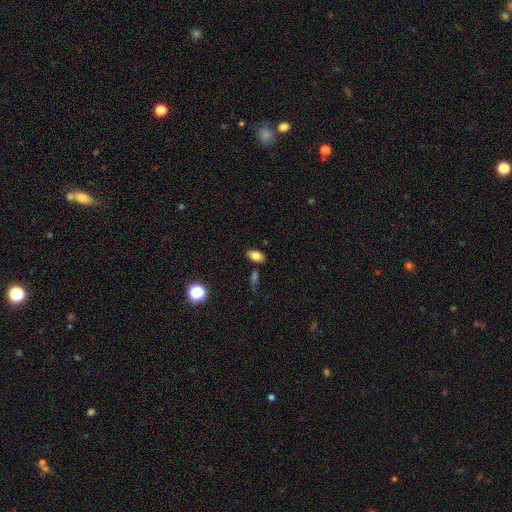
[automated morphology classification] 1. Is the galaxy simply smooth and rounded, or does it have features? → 78% smooth, 13% featured or disk, 10% star or artifact.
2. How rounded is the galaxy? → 89% in between, 8% round, 3% cigar-shaped.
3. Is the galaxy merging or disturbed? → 80% none, 12% minor disturbance, 6% merger, 3% major disturbance.